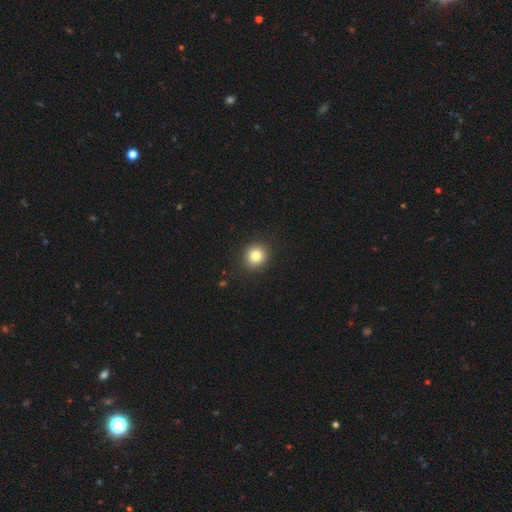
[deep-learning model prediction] This is clearly a smooth galaxy (82%). How rounded: clearly round (87%). Merging: clearly none (91%).